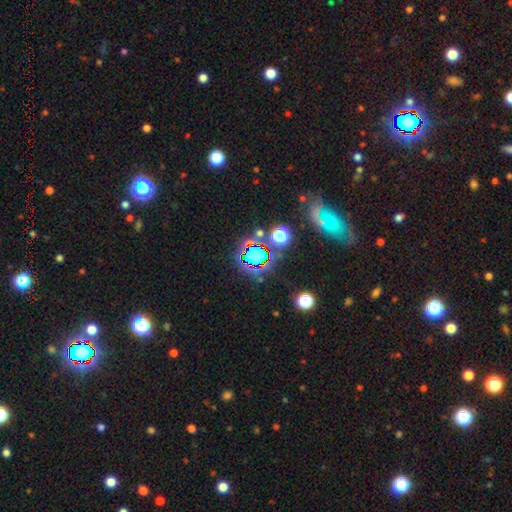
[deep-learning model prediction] Q: Smooth or featured?
A: star or artifact (60%); runner-up: smooth (27%)